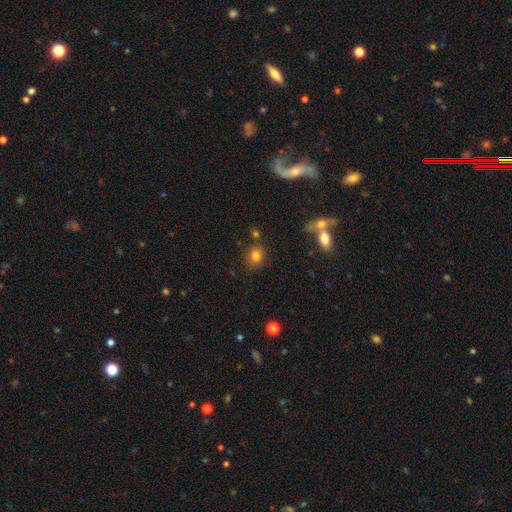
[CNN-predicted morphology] type=smooth (79%); roundness=round (68%); merging=none (76%).